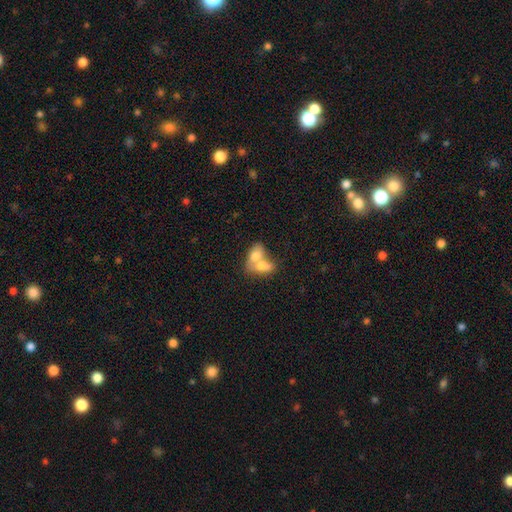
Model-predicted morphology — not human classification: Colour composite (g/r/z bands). It shows a smooth galaxy with no disk features (73%) that is in between round and cigar-shaped (84%). Merging: merger (78%).